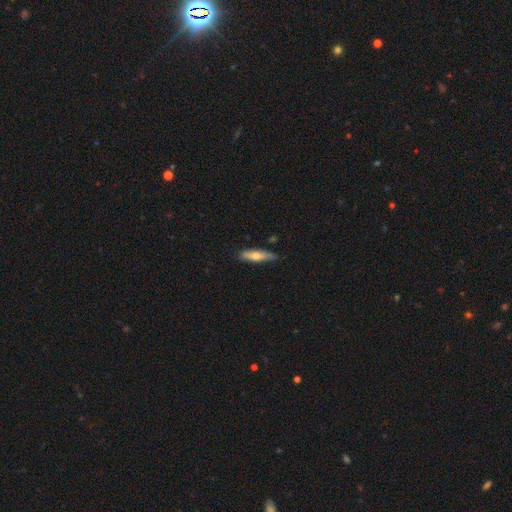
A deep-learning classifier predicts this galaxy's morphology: type=smooth (58%); roundness=cigar-shaped (73%); merging=none (79%).